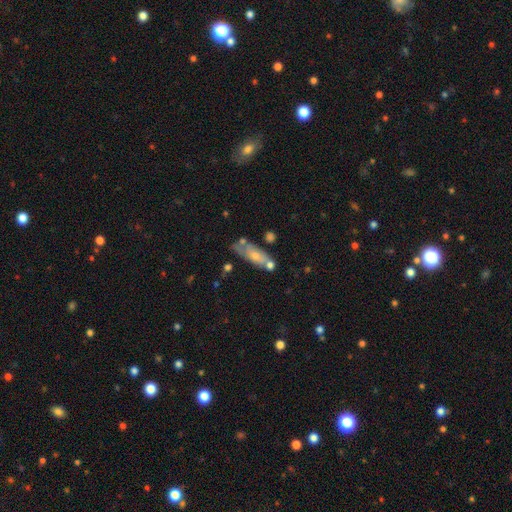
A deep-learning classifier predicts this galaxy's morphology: Smooth or featured: smooth — 54% (featured or disk — 39%)
How rounded: in between — 61% (cigar-shaped — 35%)
Merging: none — 45% (minor disturbance — 24%)